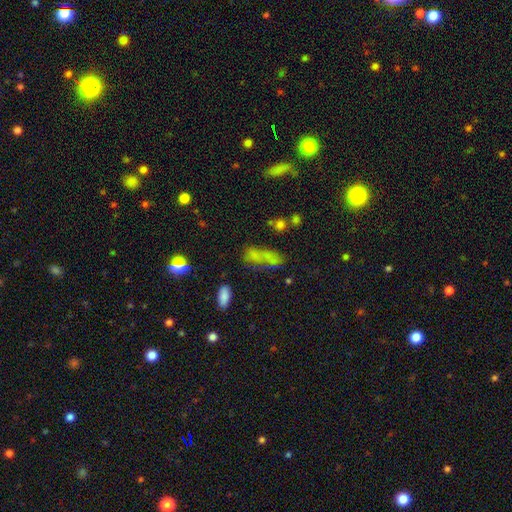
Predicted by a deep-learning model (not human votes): This is likely a smooth galaxy (61%). How rounded: likely in between (73%). Merging: marginally none (36%).